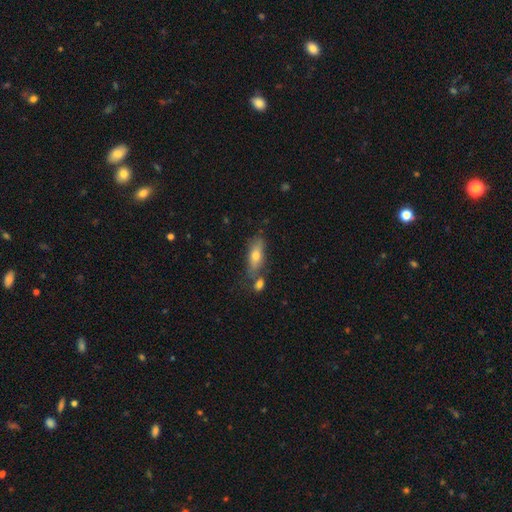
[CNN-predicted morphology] smooth_or_featured: smooth (p=0.66) [alt: featured or disk p=0.26]
how_rounded: in between (p=0.62) [alt: cigar-shaped p=0.35]
merging: none (p=0.63) [alt: merger p=0.17]